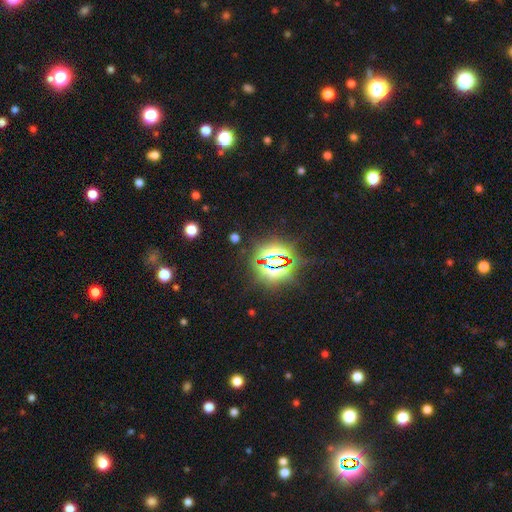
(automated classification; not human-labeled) Morphology: type=star or artifact (80%).